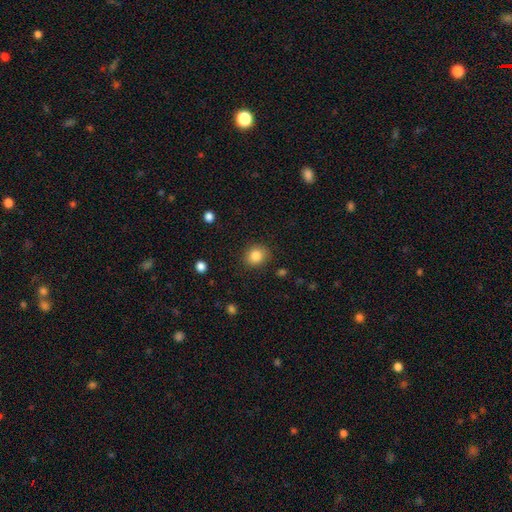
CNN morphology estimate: smooth 85%, star or artifact 10%, featured or disk 5%. Down the decision tree: how rounded — round (73%); merging — none (86%).